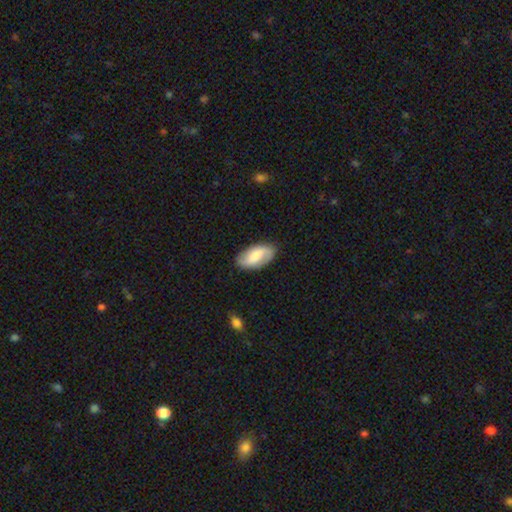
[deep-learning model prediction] Morphology: type=smooth (51%); roundness=in between (94%); merging=none (85%).